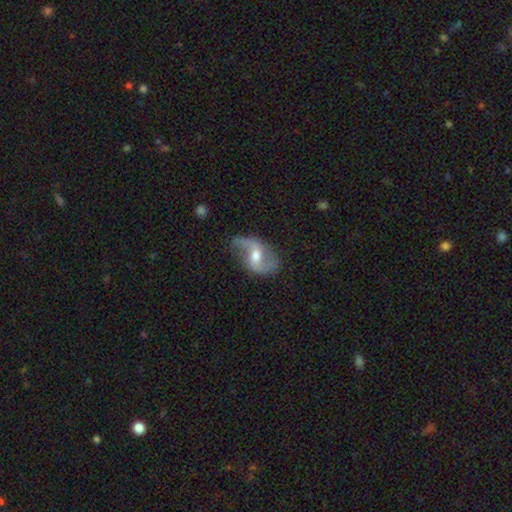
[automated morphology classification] The model was most divided on "bar": weak: 50%, no: 29%, strong: 22%. More confident: edge-on disk — no (97%); spiral arms — yes (94%); spiral arm count — 2 (90%); smooth or featured — featured or disk (83%); spiral winding — loose (71%); bulge size — moderate (68%); merging — none (67%).